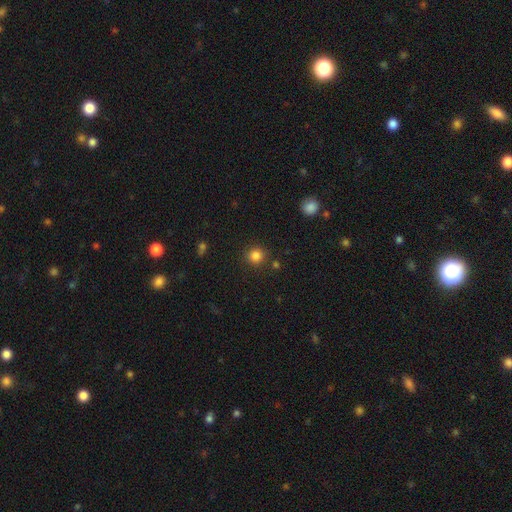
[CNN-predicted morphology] This is clearly a smooth galaxy (83%). How rounded: clearly round (92%). Merging: clearly none (87%).